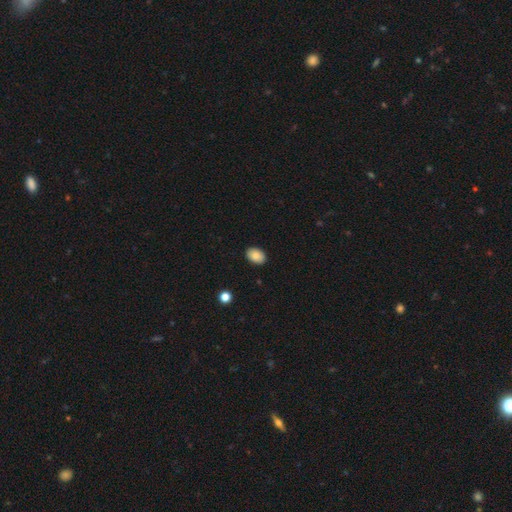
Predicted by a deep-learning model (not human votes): Smooth or featured?
  - smooth: 86% *
  - star or artifact: 8%
  - featured or disk: 7%
How rounded?
  - in between: 79% *
  - round: 20%
  - cigar-shaped: 1%
Merging?
  - none: 89% *
  - minor disturbance: 8%
  - major disturbance: 2%
  - merger: 1%